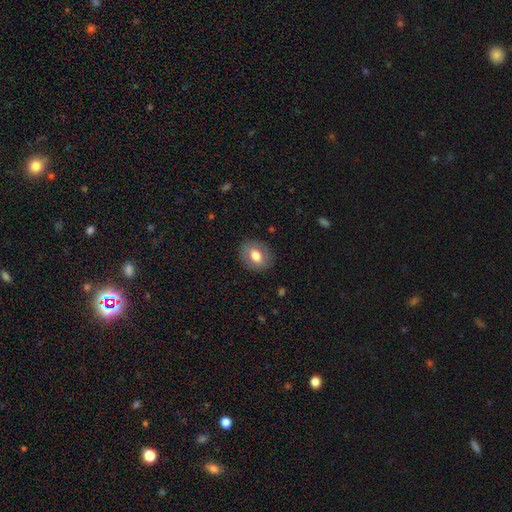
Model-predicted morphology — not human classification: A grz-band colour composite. It shows a smooth galaxy with no disk features (73%) that is in between round and cigar-shaped (51%). Merging: none (86%).